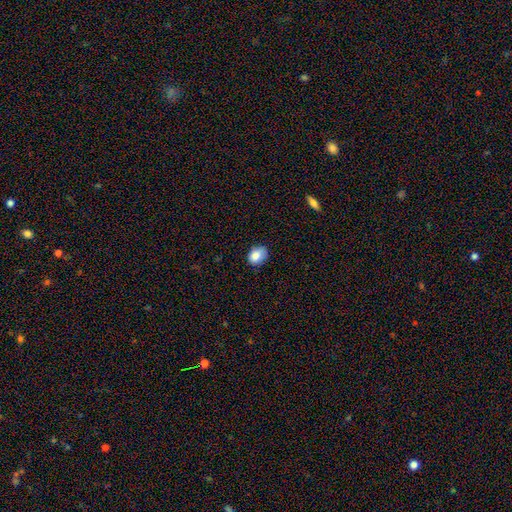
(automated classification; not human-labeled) Smooth or featured: smooth — 83% (star or artifact — 9%)
How rounded: in between — 62% (round — 37%)
Merging: none — 69% (minor disturbance — 25%)